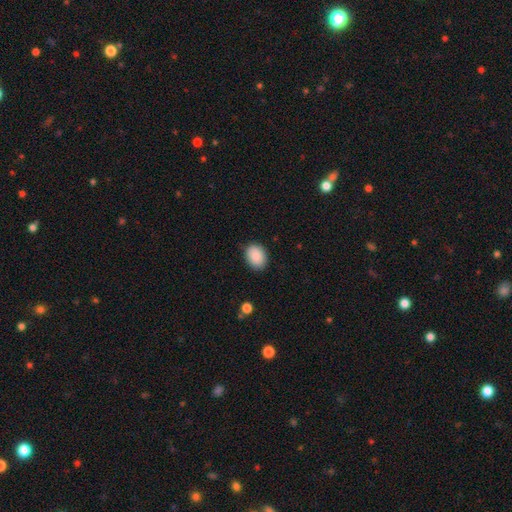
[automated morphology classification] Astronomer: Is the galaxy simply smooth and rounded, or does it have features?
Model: smooth — 90%.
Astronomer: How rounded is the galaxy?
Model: in between — 73%.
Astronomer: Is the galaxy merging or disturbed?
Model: none — 87%.